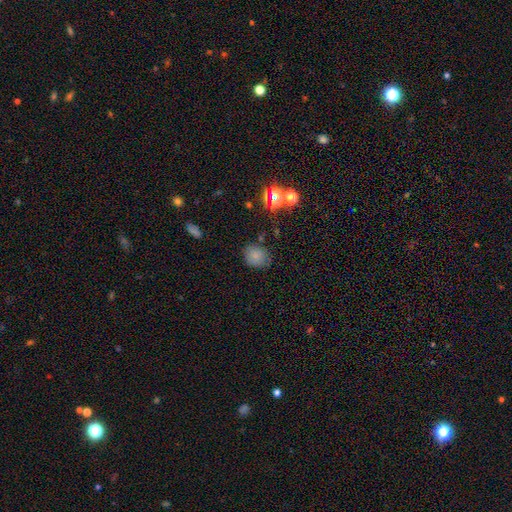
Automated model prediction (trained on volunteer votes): smooth_or_featured: smooth (p=0.76) [alt: star or artifact p=0.16]
how_rounded: round (p=0.65) [alt: in between p=0.34]
merging: none (p=0.76) [alt: minor disturbance p=0.16]